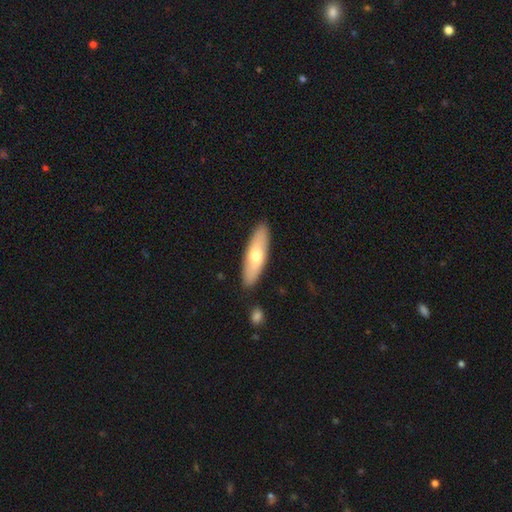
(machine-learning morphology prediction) smooth 62%, featured or disk 32%, star or artifact 5%. Down the decision tree: how rounded — cigar-shaped (56%); merging — none (88%).